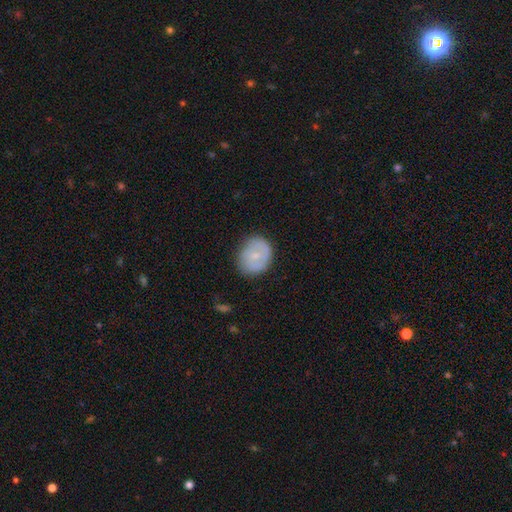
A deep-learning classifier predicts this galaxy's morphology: Smooth or featured? Predicted: smooth (p=0.58). How rounded? Predicted: round (p=0.59). Merging? Predicted: none (p=0.74).